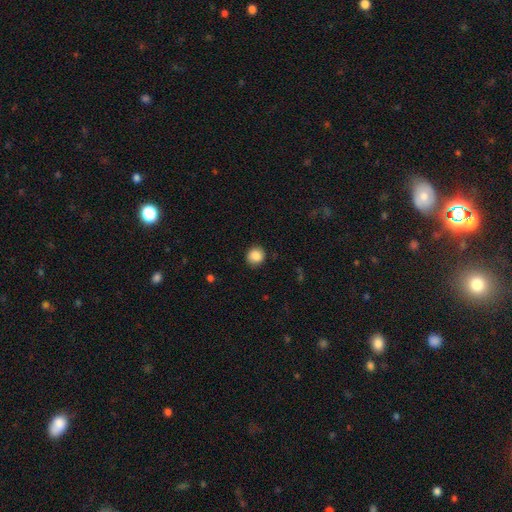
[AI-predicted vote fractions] This is clearly a smooth galaxy (87%). How rounded: clearly round (90%). Merging: clearly none (87%).